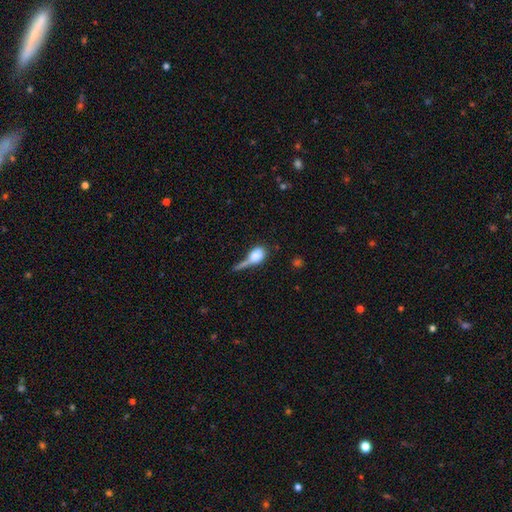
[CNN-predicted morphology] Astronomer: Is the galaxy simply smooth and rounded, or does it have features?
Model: smooth — 71%.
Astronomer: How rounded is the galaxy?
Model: in between — 62%.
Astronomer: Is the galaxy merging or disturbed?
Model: major disturbance — 29% (runner-up: none, 26%).